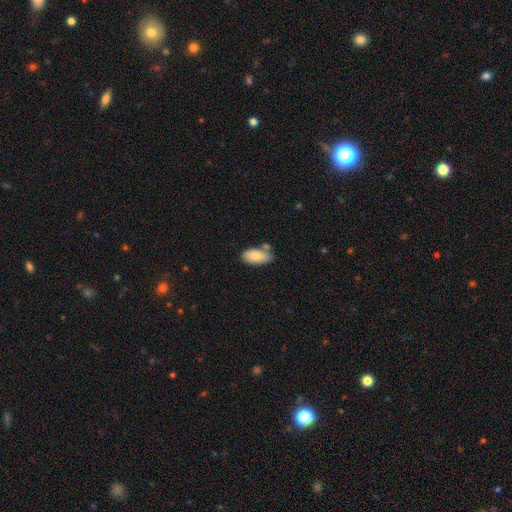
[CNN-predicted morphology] smooth-or-featured: smooth: 85% | featured or disk: 8% | star or artifact: 6%
  how-rounded: in between: 91% | cigar-shaped: 7% | round: 2%
  merging: none: 64% | minor disturbance: 20% | merger: 12% | major disturbance: 4%